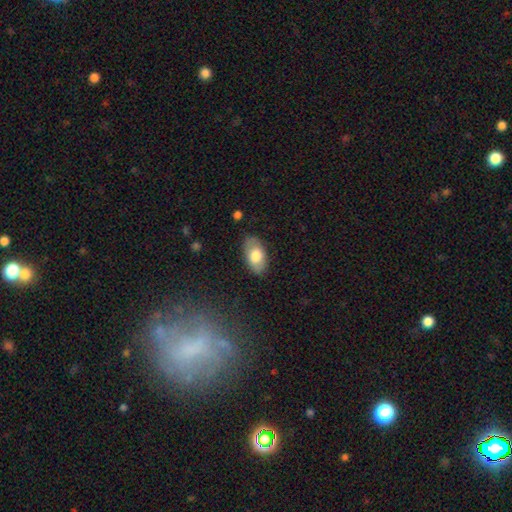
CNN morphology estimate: Smooth or featured? smooth (72%)
How rounded? in between (94%)
Merging? none (83%)